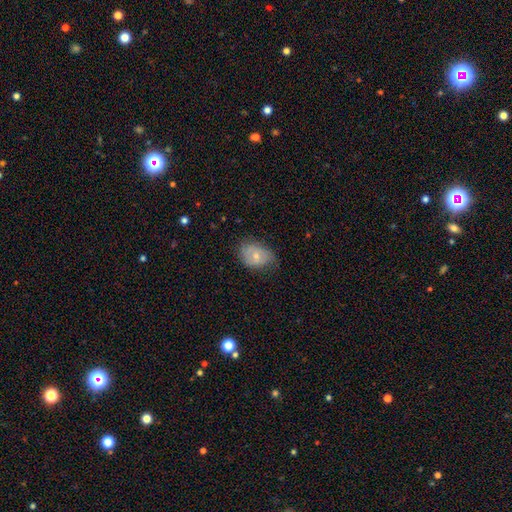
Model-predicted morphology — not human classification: Smooth or featured? Predicted: smooth (p=0.60). How rounded? Predicted: in between (p=0.71). Merging? Predicted: none (p=0.59).